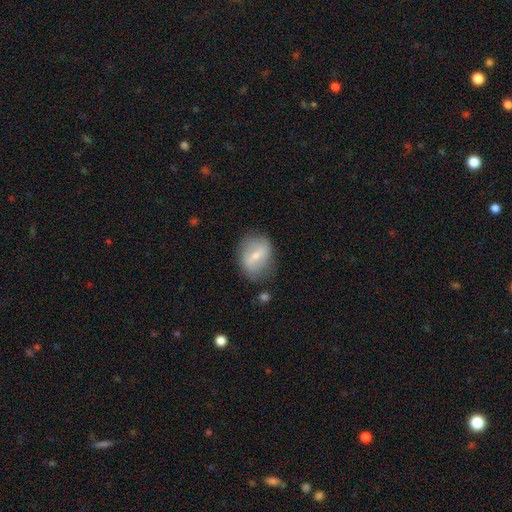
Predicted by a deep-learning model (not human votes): smooth-or-featured: featured or disk: 49% | smooth: 44% | star or artifact: 7%
  merging: none: 73% | minor disturbance: 19% | major disturbance: 7% | merger: 2%